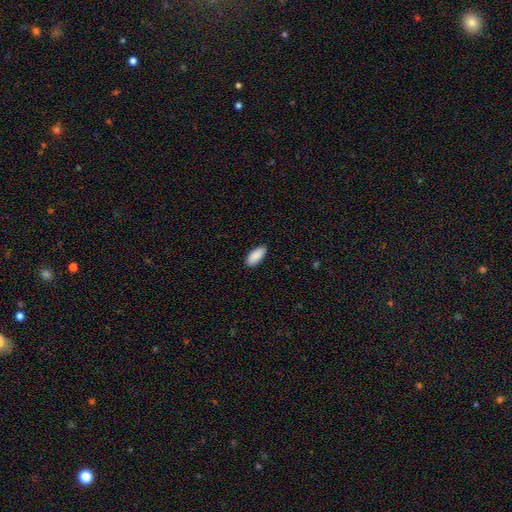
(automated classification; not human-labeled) Smooth or featured: smooth — 91% (star or artifact — 6%)
How rounded: in between — 90% (cigar-shaped — 9%)
Merging: none — 88% (minor disturbance — 10%)